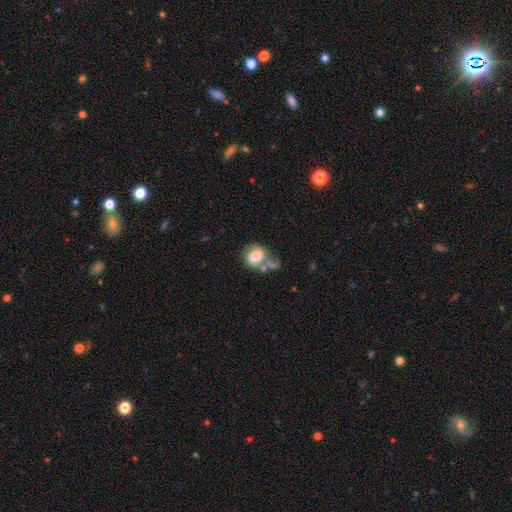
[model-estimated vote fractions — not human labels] smooth_or_featured: smooth (p=0.69) [alt: featured or disk p=0.22]
how_rounded: round (p=0.50) [alt: in between p=0.49]
merging: merger (p=0.36) [alt: none p=0.29]